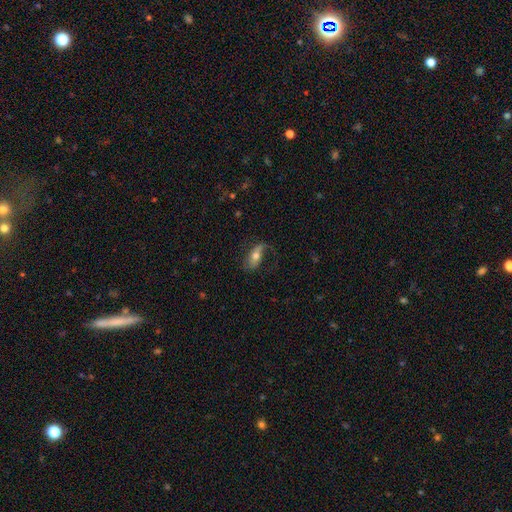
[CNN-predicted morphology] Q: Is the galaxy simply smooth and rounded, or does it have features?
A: smooth — 47%.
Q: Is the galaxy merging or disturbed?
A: none — 57%.